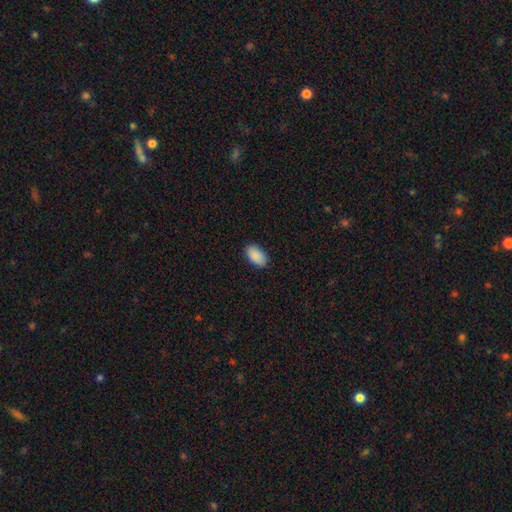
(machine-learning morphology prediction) Overall: smooth (90%). How rounded: in between (94%). Merging: none (89%).